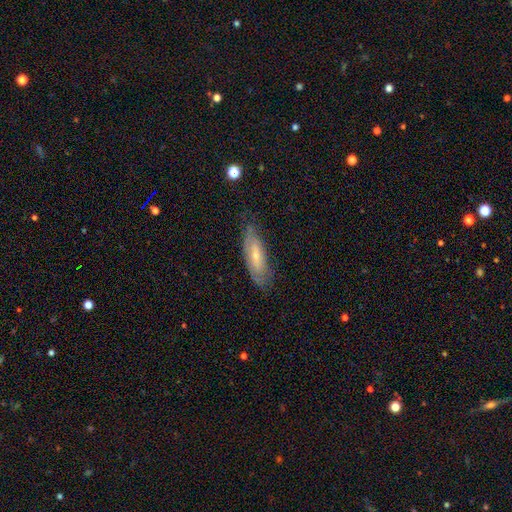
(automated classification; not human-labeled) This appears to be a featured or disk galaxy (55%). Merging: none (69%).